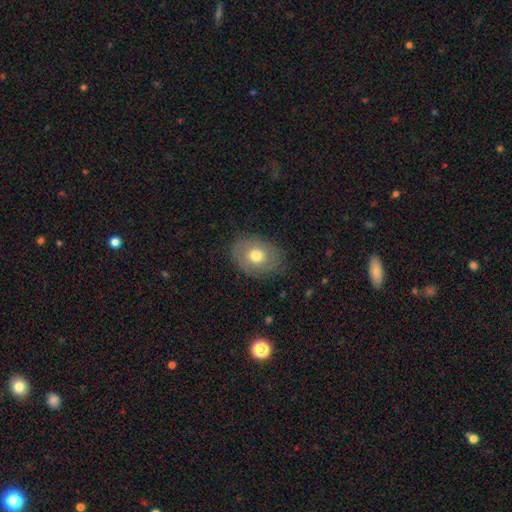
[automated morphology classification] Overall: smooth (67%). How rounded: in between (61%; round 38%). Merging: none (80%).